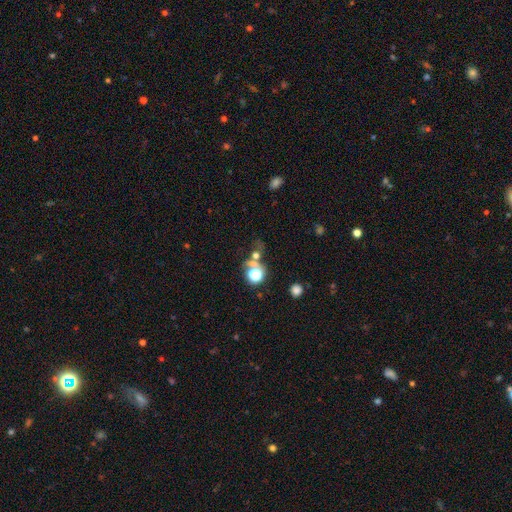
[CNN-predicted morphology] A star or artifact, not a galaxy (45%).